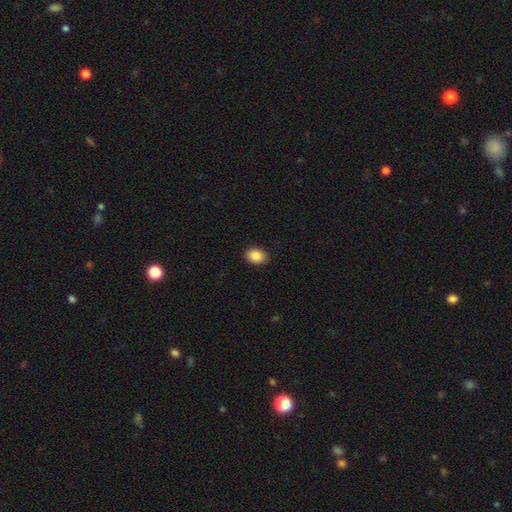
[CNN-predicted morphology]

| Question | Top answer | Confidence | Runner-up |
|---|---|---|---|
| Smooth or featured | smooth | 88% | star or artifact (8%) |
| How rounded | in between | 73% | round (26%) |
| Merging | none | 88% | minor disturbance (9%) |